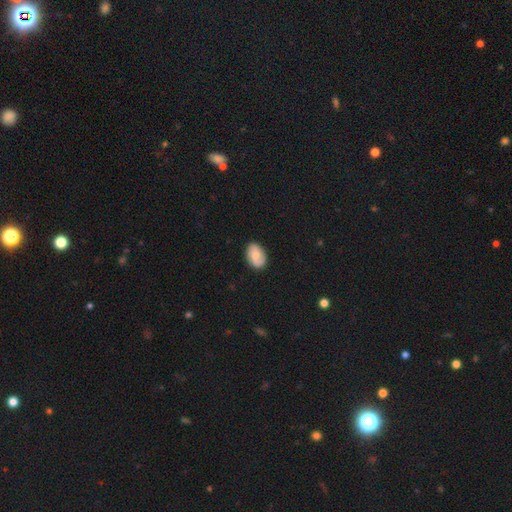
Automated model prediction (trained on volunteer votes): Q: Smooth or featured?
A: smooth (52%); runner-up: featured or disk (40%)
Q: How rounded?
A: in between (82%); runner-up: round (16%)
Q: Merging?
A: none (81%); runner-up: minor disturbance (15%)